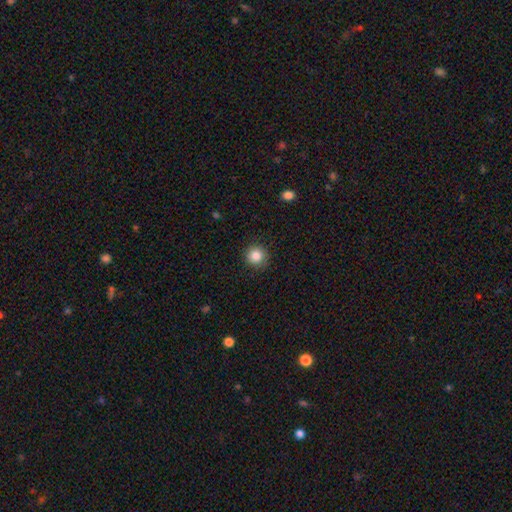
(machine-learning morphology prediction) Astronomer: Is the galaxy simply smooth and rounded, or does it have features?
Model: smooth — 86%.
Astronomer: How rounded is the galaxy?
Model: round — 93%.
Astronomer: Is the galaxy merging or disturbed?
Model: none — 88%.